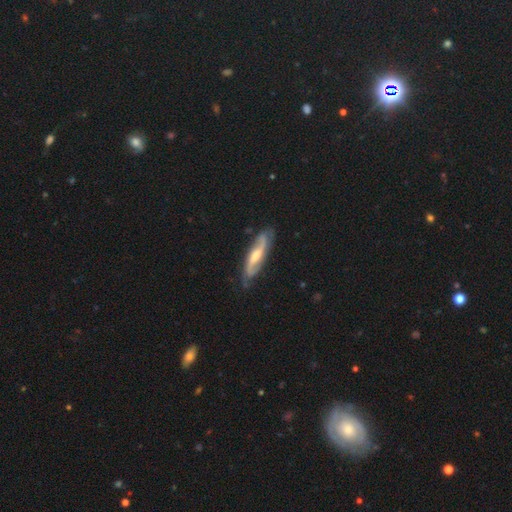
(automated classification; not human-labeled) Morphology: type=featured or disk (81%); edge-on=no (80%); bar=weak (45%); spiral arms=yes (95%); winding=medium (42%); arm count=2 (89%); bulge=moderate (59%); merging=none (79%).